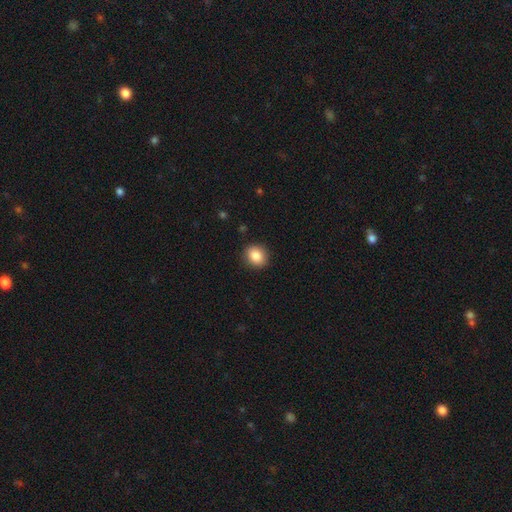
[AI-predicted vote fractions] Morphology: type=smooth (87%); roundness=round (72%); merging=none (89%).